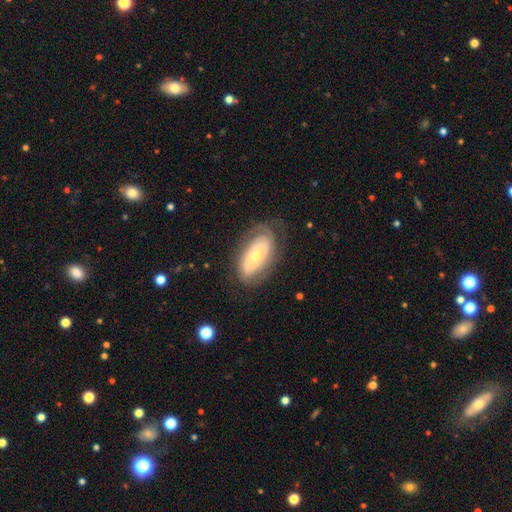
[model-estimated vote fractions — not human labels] Smooth or featured: featured or disk — 60% (smooth — 33%)
Edge-on disk: no — 90% (yes — 10%)
Bar: no — 80% (weak — 14%)
Spiral arms: yes — 63% (no — 37%)
Bulge size: moderate — 51% (small — 43%)
Merging: none — 67% (minor disturbance — 21%)